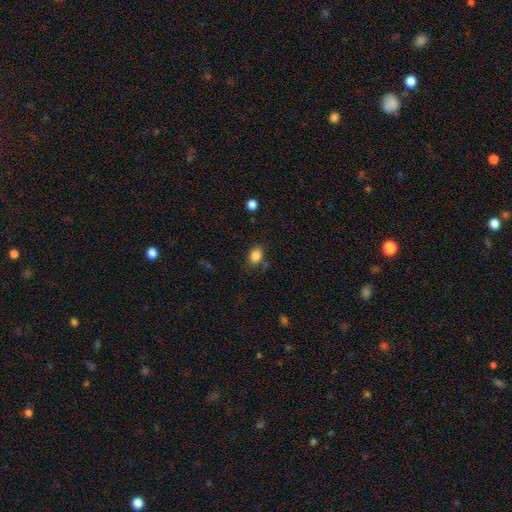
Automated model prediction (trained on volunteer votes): A smooth galaxy with no disk features (85%) that is in between round and cigar-shaped (77%).

Vote fractions:
- Smooth or featured? smooth: 85% / star or artifact: 9% / featured or disk: 6%
- How rounded? in between: 77% / round: 22% / cigar-shaped: 1%
- Merging? none: 76% / minor disturbance: 15% / merger: 4% / major disturbance: 4%